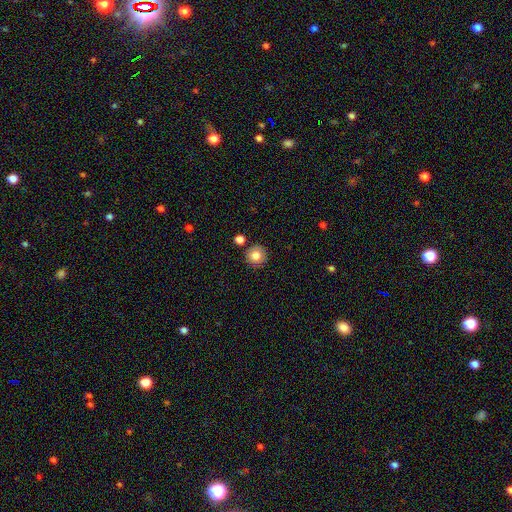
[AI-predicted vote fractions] smooth_or_featured: smooth (p=0.81) [alt: star or artifact p=0.10]
how_rounded: round (p=0.94) [alt: in between p=0.05]
merging: none (p=0.86) [alt: minor disturbance p=0.07]